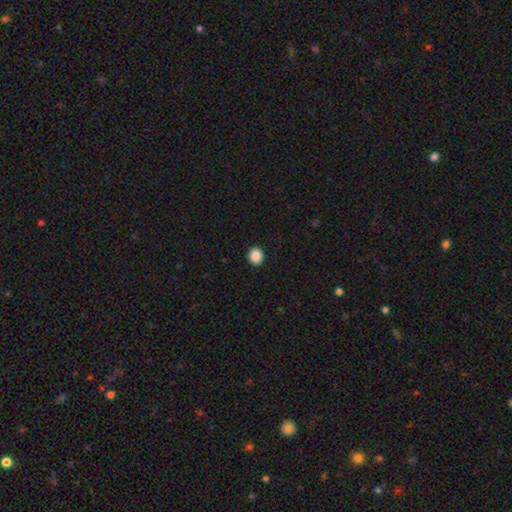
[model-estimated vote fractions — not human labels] Morphology: type=smooth (89%); roundness=round (74%); merging=none (92%).